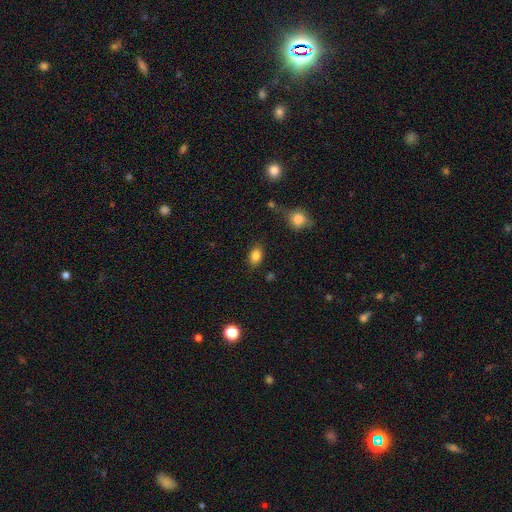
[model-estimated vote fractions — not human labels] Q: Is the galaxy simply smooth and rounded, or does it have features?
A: smooth — 84%.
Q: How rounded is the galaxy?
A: in between — 79%.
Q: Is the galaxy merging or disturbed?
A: none — 82%.